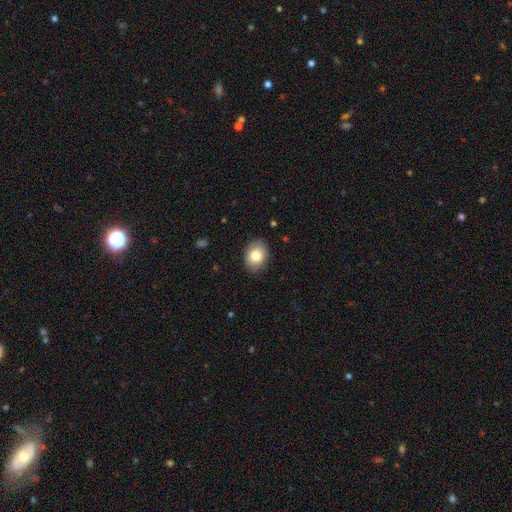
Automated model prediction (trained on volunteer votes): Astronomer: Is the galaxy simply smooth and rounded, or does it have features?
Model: smooth — 82%.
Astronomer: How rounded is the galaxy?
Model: in between — 62%.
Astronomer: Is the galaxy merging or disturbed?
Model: none — 86%.